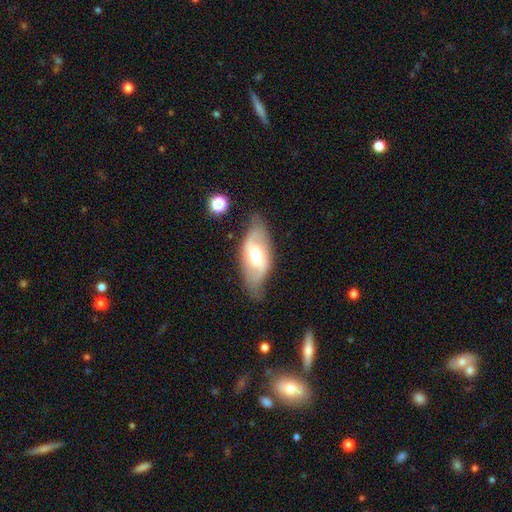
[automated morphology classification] This appears to be a featured or disk galaxy (65%) with a weak bar (45%), spiral arms (76%) and a moderate central bulge (67%). Merging: none (70%).